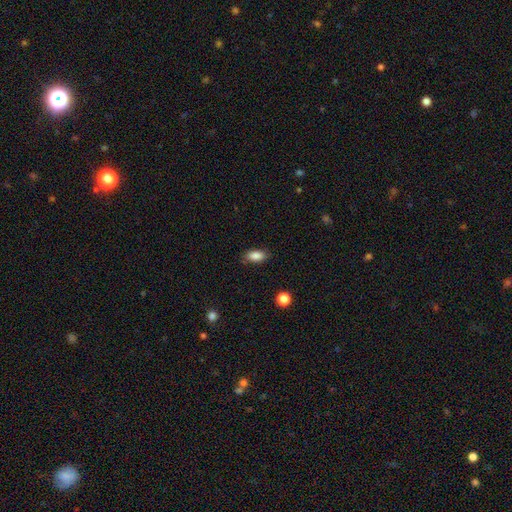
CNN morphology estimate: Q: Smooth or featured?
A: smooth (86%); runner-up: star or artifact (8%)
Q: How rounded?
A: in between (89%); runner-up: cigar-shaped (7%)
Q: Merging?
A: none (84%); runner-up: minor disturbance (12%)